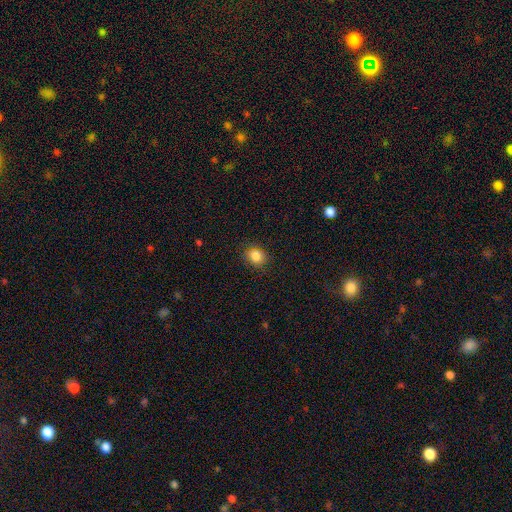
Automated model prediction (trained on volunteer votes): A smooth galaxy with no disk features (85%) that is round (65%). Merging: none (84%).